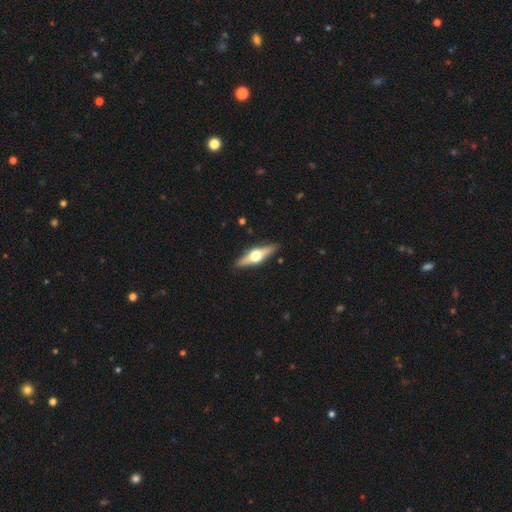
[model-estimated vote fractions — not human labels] Q: Smooth or featured?
A: featured or disk (69%); runner-up: smooth (25%)
Q: Edge-on disk?
A: yes (96%); runner-up: no (4%)
Q: Edge-on bulge?
A: rounded (96%); runner-up: boxy (3%)
Q: Merging?
A: none (90%); runner-up: minor disturbance (7%)